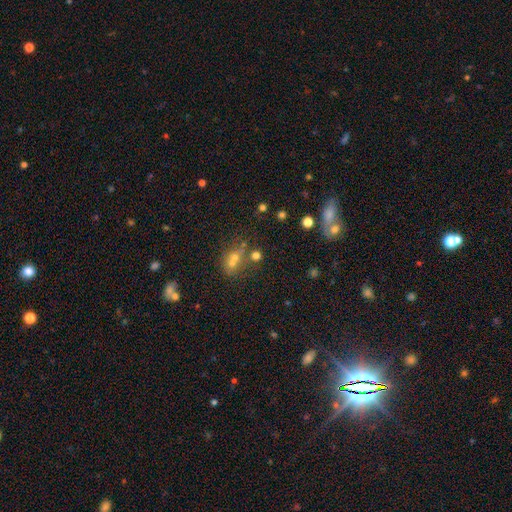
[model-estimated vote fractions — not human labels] smooth-or-featured: smooth: 61% | star or artifact: 25% | featured or disk: 14%
  how-rounded: round: 77% | in between: 21% | cigar-shaped: 2%
  merging: none: 49% | merger: 38% | minor disturbance: 8% | major disturbance: 5%